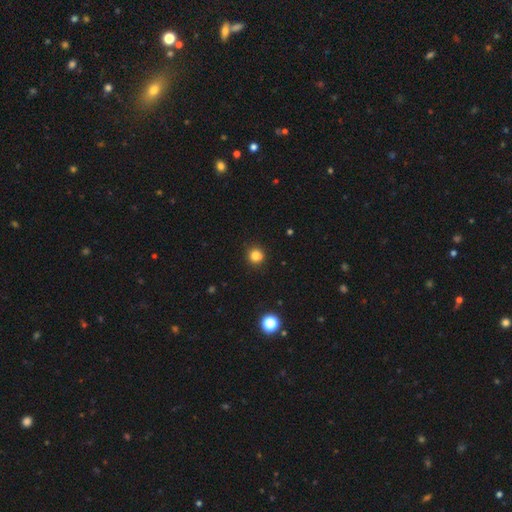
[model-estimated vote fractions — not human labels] Q: Smooth or featured?
A: smooth (82%); runner-up: star or artifact (14%)
Q: How rounded?
A: round (89%); runner-up: in between (10%)
Q: Merging?
A: none (84%); runner-up: minor disturbance (10%)